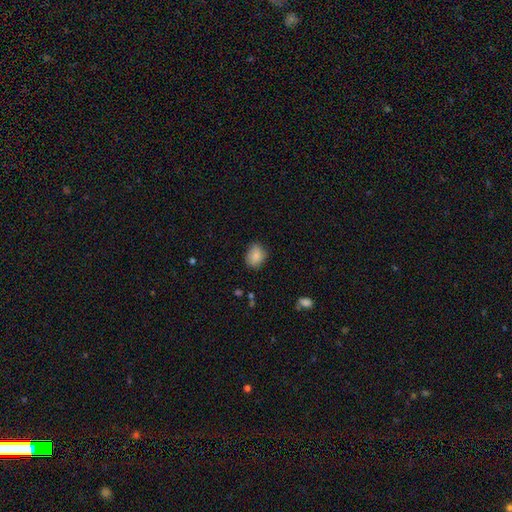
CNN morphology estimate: Smooth or featured: smooth — 86% (star or artifact — 8%)
How rounded: in between — 53% (round — 46%)
Merging: none — 78% (minor disturbance — 18%)